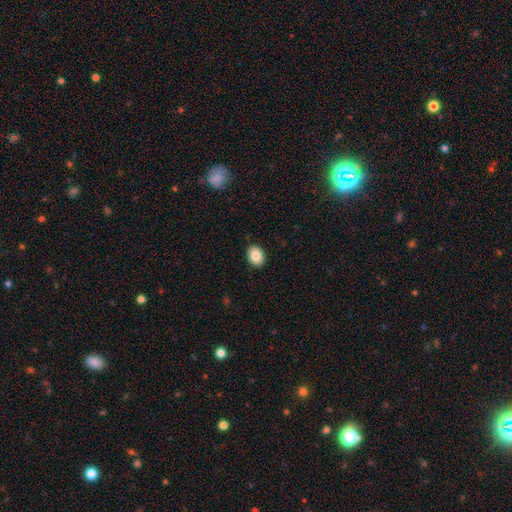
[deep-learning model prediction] A smooth galaxy with no disk features (85%) that is in between round and cigar-shaped (66%). Merging: none (91%).